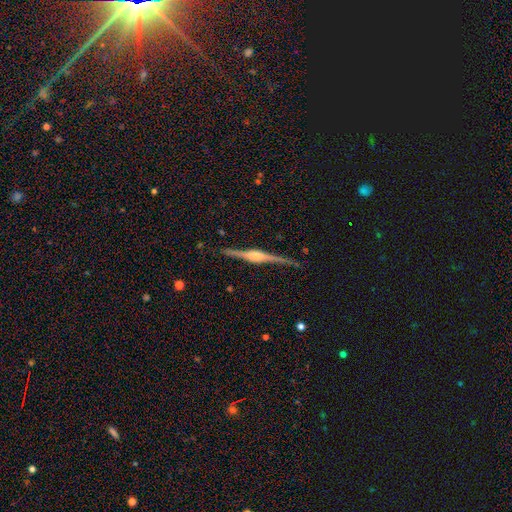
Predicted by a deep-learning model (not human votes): Q: Smooth or featured?
A: featured or disk (86%); runner-up: smooth (9%)
Q: Edge-on disk?
A: yes (98%); runner-up: no (2%)
Q: Edge-on bulge?
A: rounded (79%); runner-up: boxy (18%)
Q: Merging?
A: none (89%); runner-up: minor disturbance (9%)